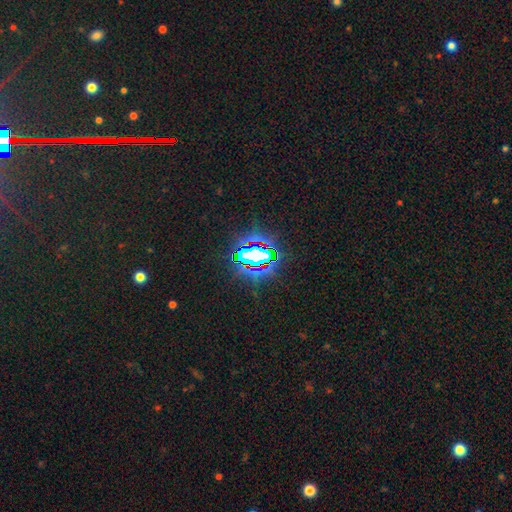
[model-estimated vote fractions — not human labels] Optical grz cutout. It shows a star or artifact, not a galaxy (75%).